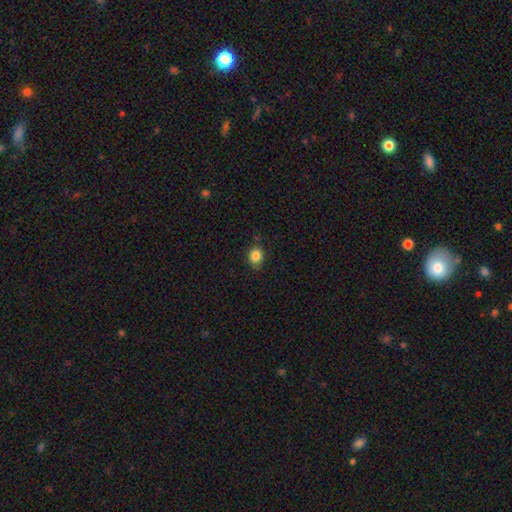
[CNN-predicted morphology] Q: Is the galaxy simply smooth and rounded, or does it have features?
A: smooth — 85%.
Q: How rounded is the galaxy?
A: round — 54%.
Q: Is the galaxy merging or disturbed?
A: none — 80%.